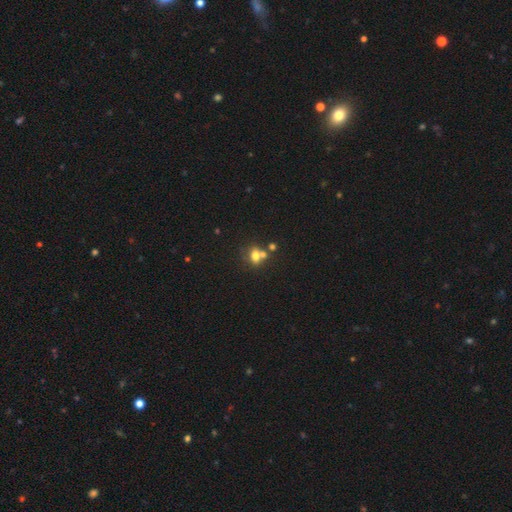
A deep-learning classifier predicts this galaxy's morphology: Smooth or featured?
  - smooth: 69% *
  - star or artifact: 16%
  - featured or disk: 15%
How rounded?
  - in between: 52% *
  - round: 46%
  - cigar-shaped: 2%
Merging?
  - merger: 42% * (tied)
  - none: 42% * (tied)
  - minor disturbance: 10%
  - major disturbance: 5%